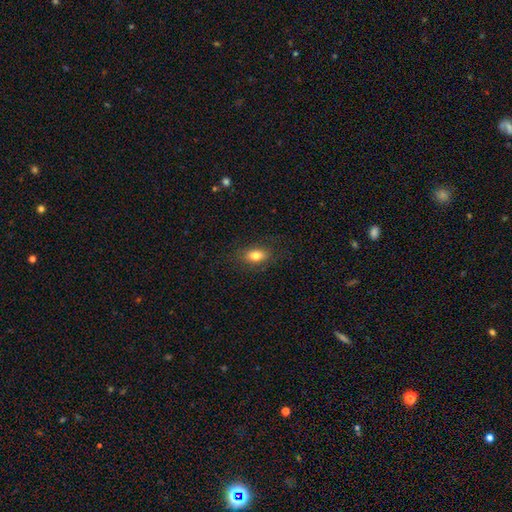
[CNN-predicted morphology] smooth-or-featured: smooth: 81% | featured or disk: 10% | star or artifact: 9%
  how-rounded: in between: 85% | round: 11% | cigar-shaped: 4%
  merging: none: 84% | minor disturbance: 11% | major disturbance: 4% | merger: 1%